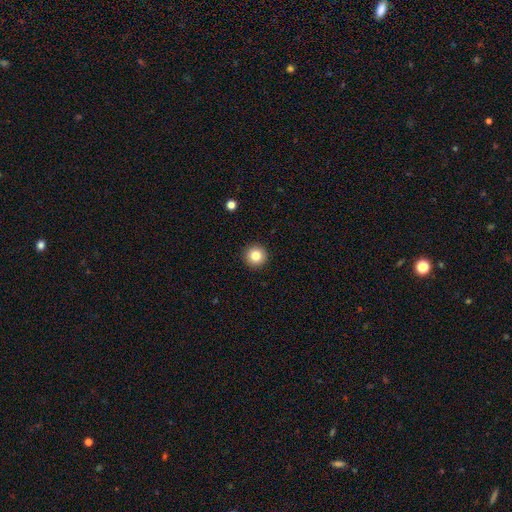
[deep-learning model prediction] Smooth or featured? smooth (83%)
How rounded? round (96%)
Merging? none (93%)